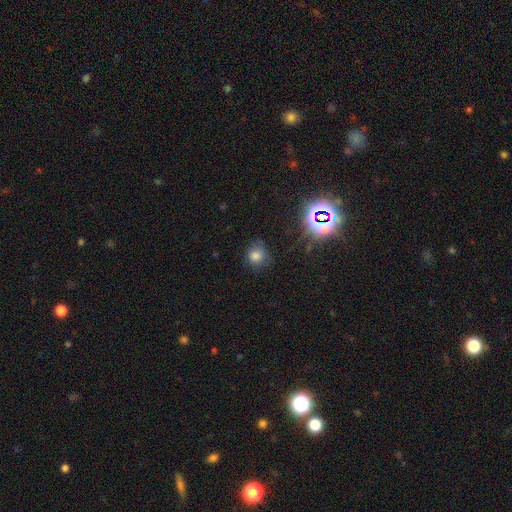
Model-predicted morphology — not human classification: Smooth or featured: smooth — 72% (star or artifact — 20%)
How rounded: round — 80% (in between — 19%)
Merging: none — 67% (minor disturbance — 22%)